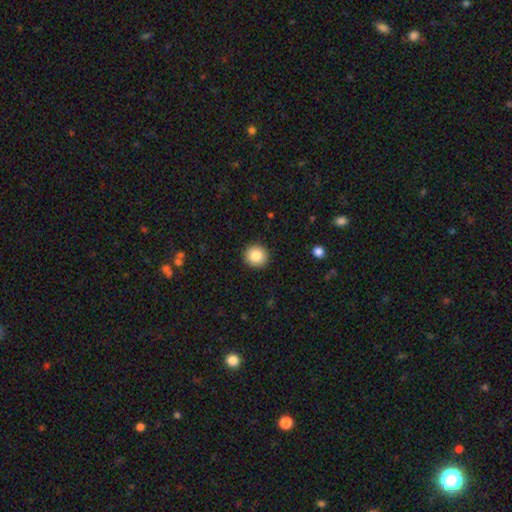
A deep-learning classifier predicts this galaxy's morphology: smooth 85%, star or artifact 9%, featured or disk 6%. Down the decision tree: how rounded — round (93%); merging — none (92%).